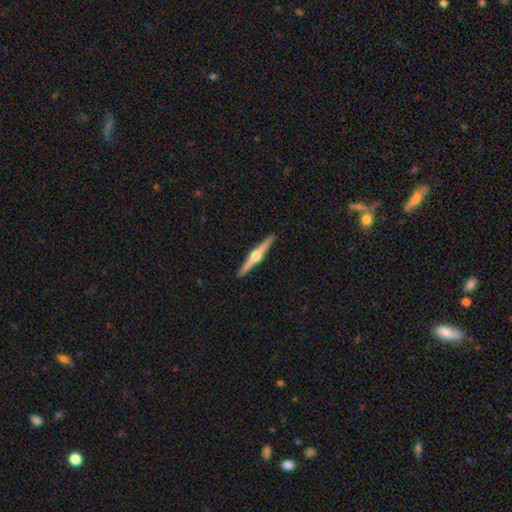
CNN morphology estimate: type=featured or disk (82%); edge-on=yes (99%); edge-on bulge=rounded (95%); merging=none (93%).